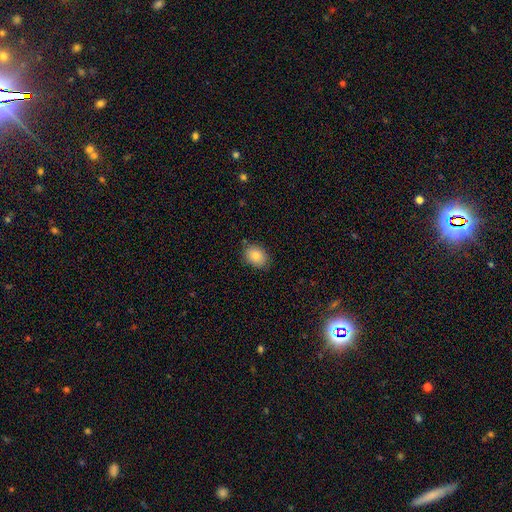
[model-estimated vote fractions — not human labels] A smooth galaxy with no disk features (83%) that is in between round and cigar-shaped (70%). Merging: none (84%).